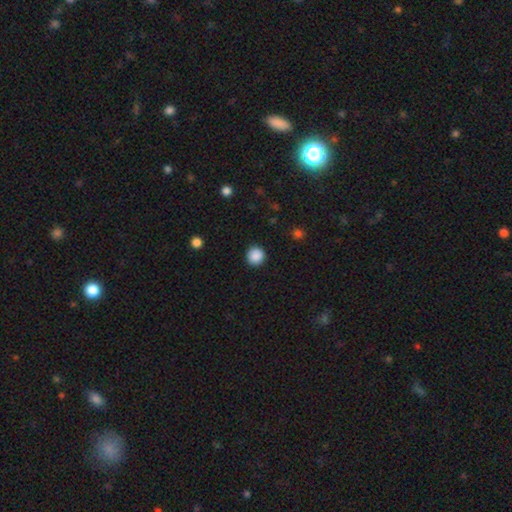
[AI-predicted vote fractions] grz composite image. It shows a smooth galaxy with no disk features (89%) that is round (94%). Merging: none (92%).